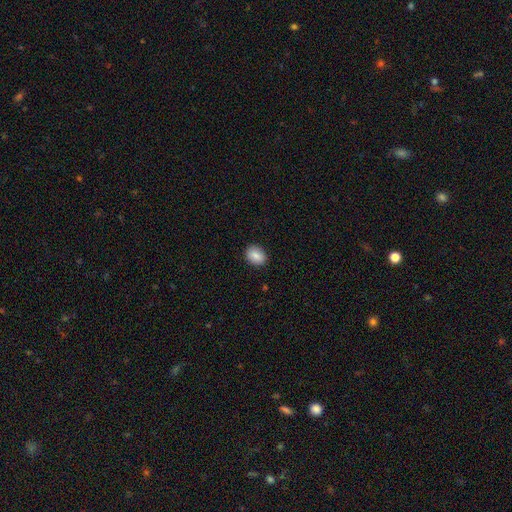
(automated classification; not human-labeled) The model was most divided on "how rounded": in between: 60%, round: 39%, cigar-shaped: 1%. More confident: merging — none (89%); smooth or featured — smooth (86%).